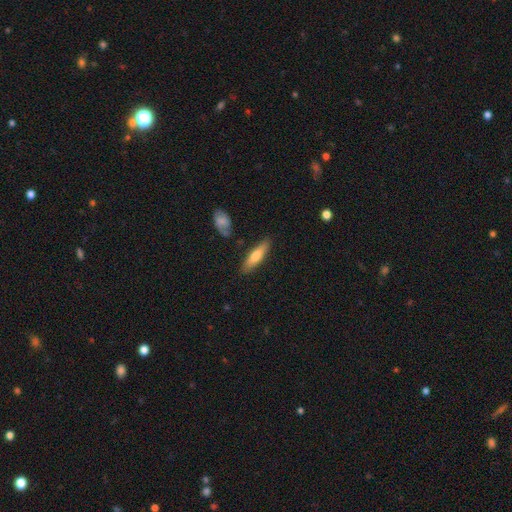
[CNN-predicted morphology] Overall: smooth (69%). How rounded: cigar-shaped (68%; in between 30%). Merging: none (82%).